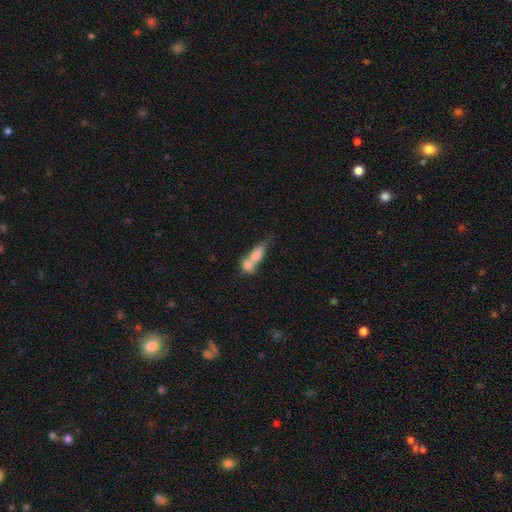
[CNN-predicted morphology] smooth-or-featured: smooth: 72% | featured or disk: 19% | star or artifact: 8%
  how-rounded: in between: 76% | cigar-shaped: 14% | round: 10%
  merging: merger: 75% | none: 13% | minor disturbance: 6% | major disturbance: 6%